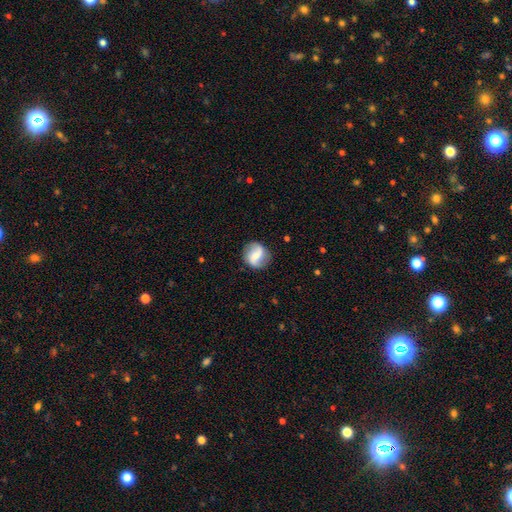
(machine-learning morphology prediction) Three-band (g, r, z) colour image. It shows a featured or disk galaxy (61%) with a weak bar (42%), 2 (89%) loose (59%) spiral arms (88%) and a small central bulge (47%). Merging: none (82%).